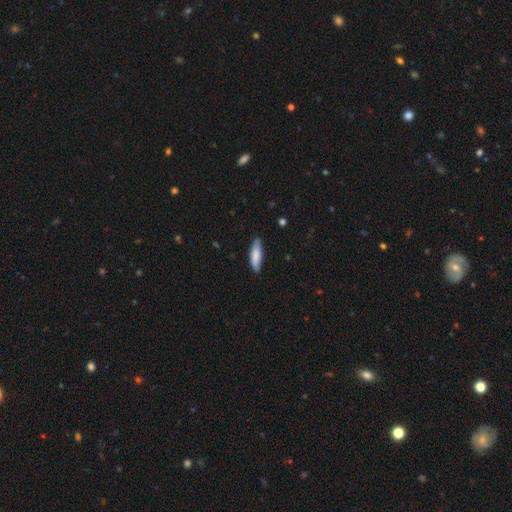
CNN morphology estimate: The model was most divided on "how rounded": cigar-shaped: 59%, in between: 40%, round: 1%. More confident: smooth or featured — smooth (81%); merging — none (80%).